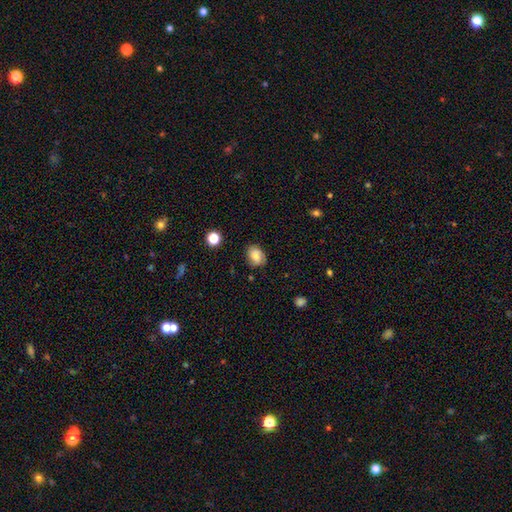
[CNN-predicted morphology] This is likely a smooth galaxy (70%). How rounded: likely in between (65%). Merging: likely none (73%).